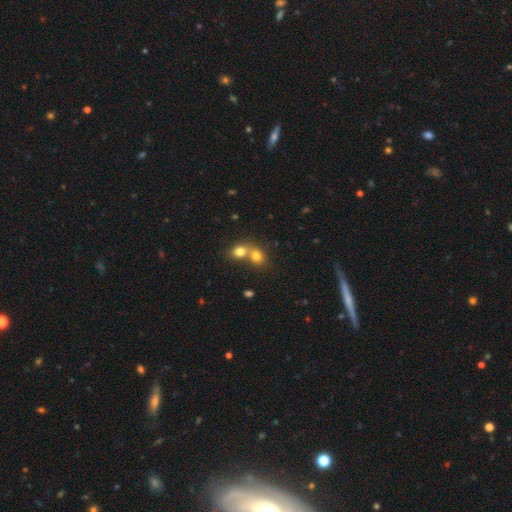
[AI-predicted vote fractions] Smooth or featured? Predicted: smooth (p=0.61). How rounded? Predicted: round (p=0.72). Merging? Predicted: merger (p=0.48).